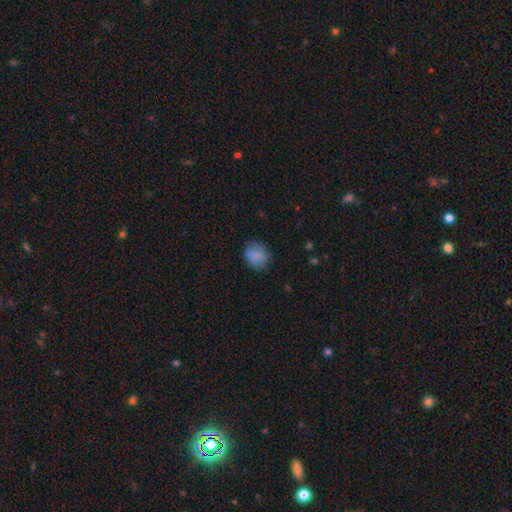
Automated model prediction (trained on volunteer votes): smooth-or-featured: smooth: 82% | star or artifact: 9% | featured or disk: 9%
  how-rounded: round: 63% | in between: 36% | cigar-shaped: 1%
  merging: none: 73% | minor disturbance: 20% | major disturbance: 6% | merger: 1%